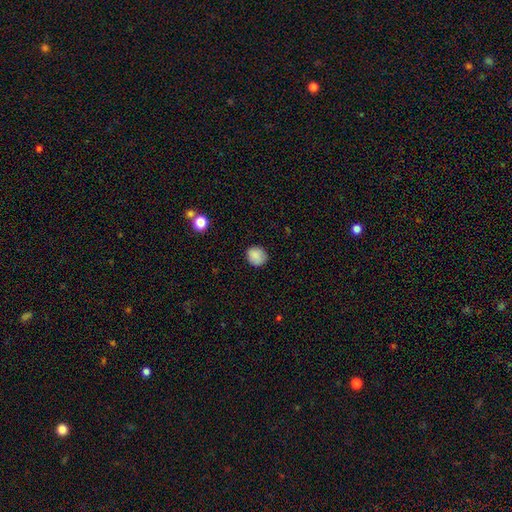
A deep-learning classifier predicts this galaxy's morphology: type=smooth (86%); roundness=round (85%); merging=none (85%).